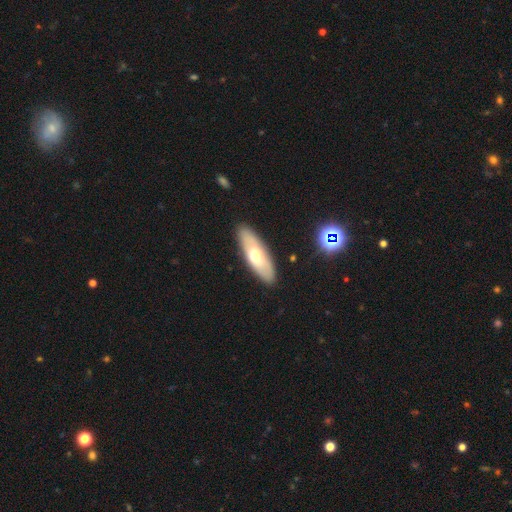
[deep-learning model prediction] A smooth galaxy with no disk features (52%) that is in between round and cigar-shaped (60%). Merging: none (89%).